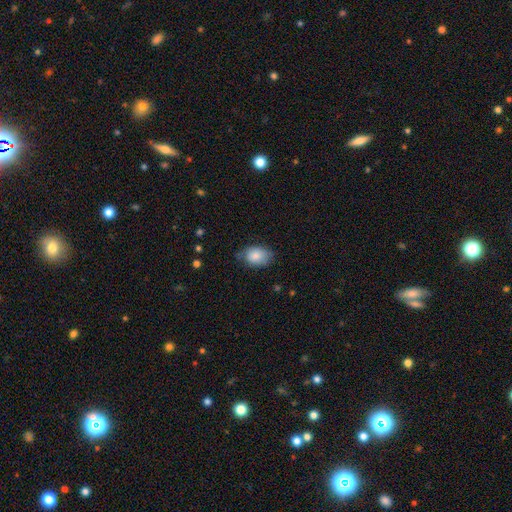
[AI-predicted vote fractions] Smooth or featured?
  - smooth: 83% *
  - featured or disk: 10%
  - star or artifact: 7%
How rounded?
  - in between: 80% *
  - round: 19%
  - cigar-shaped: 1%
Merging?
  - none: 63% *
  - minor disturbance: 30%
  - major disturbance: 6%
  - merger: 1%